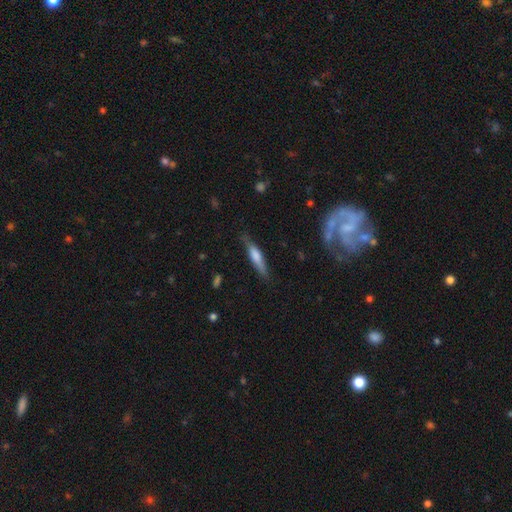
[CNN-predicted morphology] Smooth or featured? smooth (56%)
How rounded? cigar-shaped (82%)
Merging? none (77%)